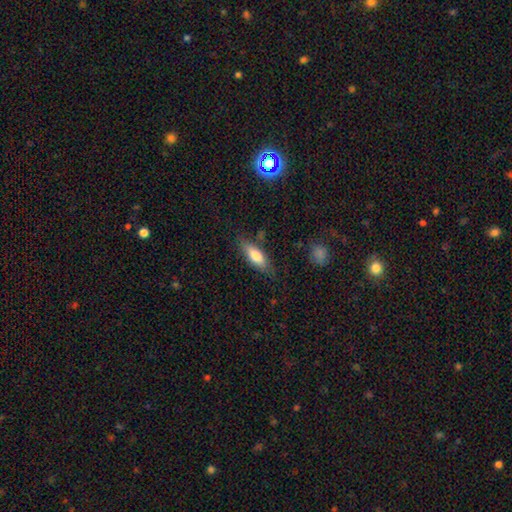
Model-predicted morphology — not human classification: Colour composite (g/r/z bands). It shows a smooth galaxy with no disk features (75%) that is in between round and cigar-shaped (62%). Merging: none (77%).